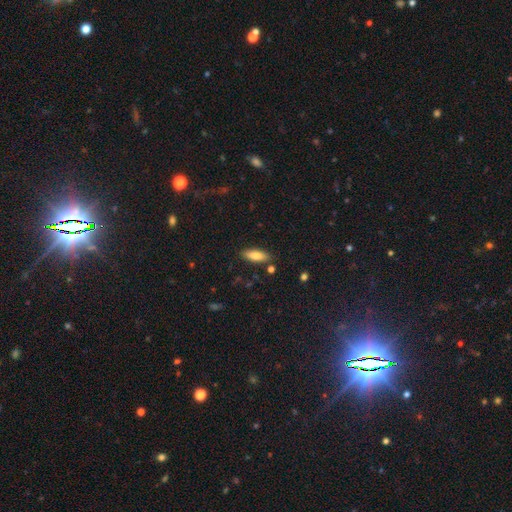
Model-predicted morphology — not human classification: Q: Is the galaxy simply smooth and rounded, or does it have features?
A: smooth — 82%.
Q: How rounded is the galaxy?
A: in between — 69%.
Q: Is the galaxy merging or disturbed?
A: none — 84%.